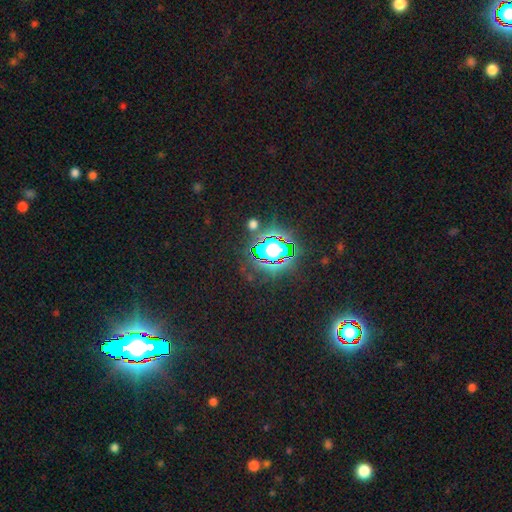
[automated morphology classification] Smooth or featured? Predicted: star or artifact (p=0.83).